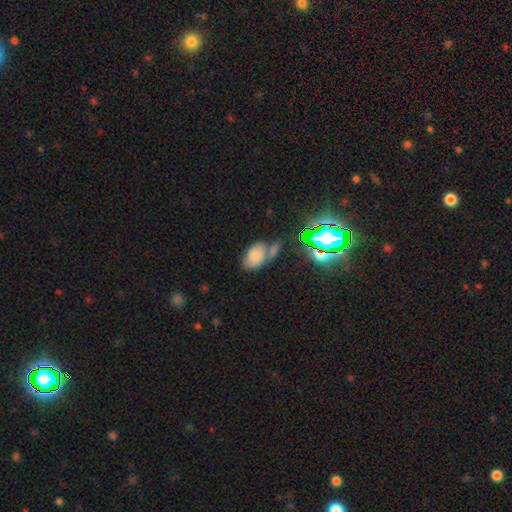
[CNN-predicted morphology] The model was most divided on "merging": none: 45%, merger: 28%, minor disturbance: 19%, major disturbance: 8%. More confident: how rounded — in between (89%); smooth or featured — smooth (65%).